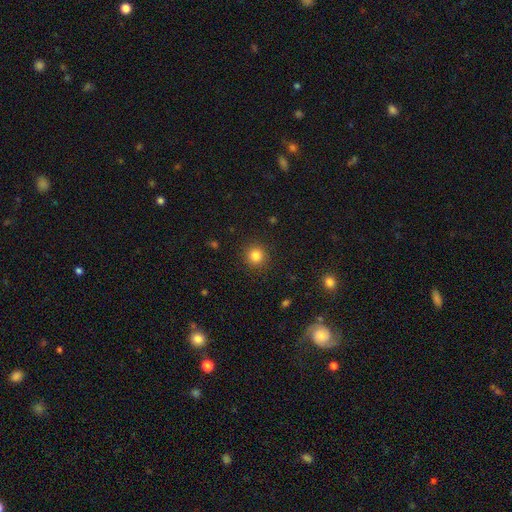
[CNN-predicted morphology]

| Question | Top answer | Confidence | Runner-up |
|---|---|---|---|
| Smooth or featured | smooth | 84% | star or artifact (12%) |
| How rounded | round | 93% | in between (6%) |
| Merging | none | 91% | minor disturbance (6%) |